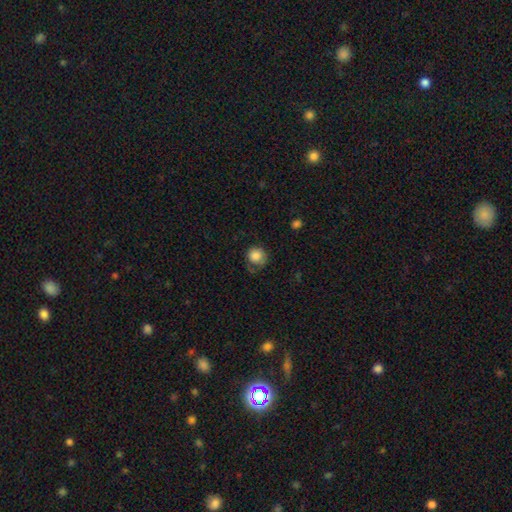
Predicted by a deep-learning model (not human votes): Smooth or featured: smooth — 83% (featured or disk — 8%)
How rounded: round — 84% (in between — 15%)
Merging: none — 58% (minor disturbance — 28%)